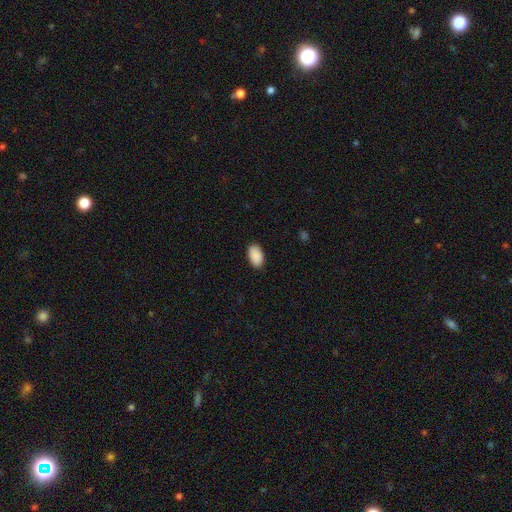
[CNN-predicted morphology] Smooth or featured? Predicted: smooth (p=0.91). How rounded? Predicted: in between (p=0.94). Merging? Predicted: none (p=0.88).